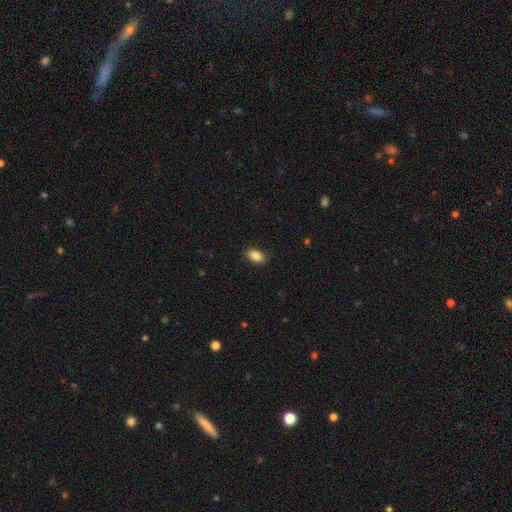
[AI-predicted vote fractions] Q: Smooth or featured?
A: smooth (85%); runner-up: star or artifact (8%)
Q: How rounded?
A: in between (90%); runner-up: round (8%)
Q: Merging?
A: none (88%); runner-up: minor disturbance (9%)